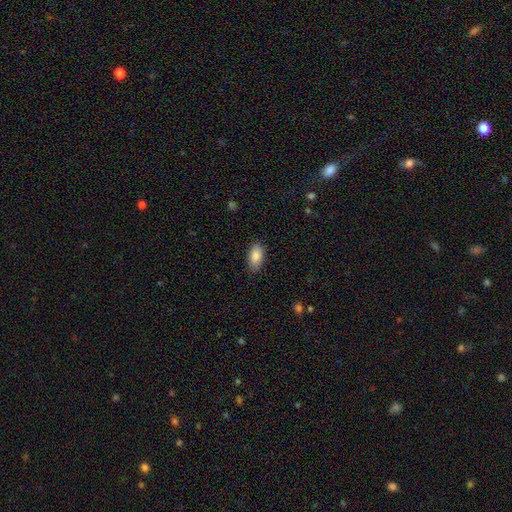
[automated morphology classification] A smooth galaxy with no disk features (86%) that is in between round and cigar-shaped (92%). Merging: none (85%).